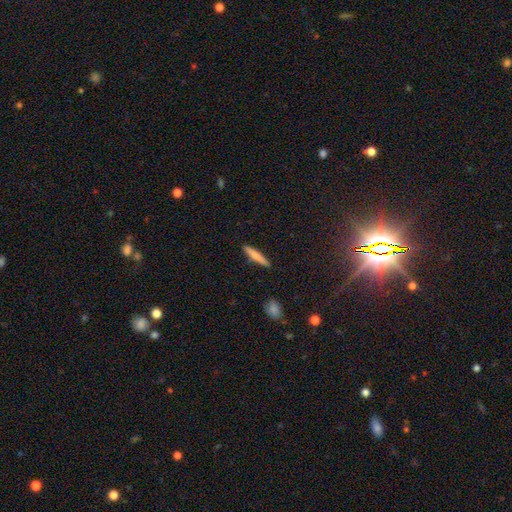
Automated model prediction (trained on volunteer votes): Smooth or featured? Predicted: smooth (p=0.71). How rounded? Predicted: cigar-shaped (p=0.91). Merging? Predicted: none (p=0.89).